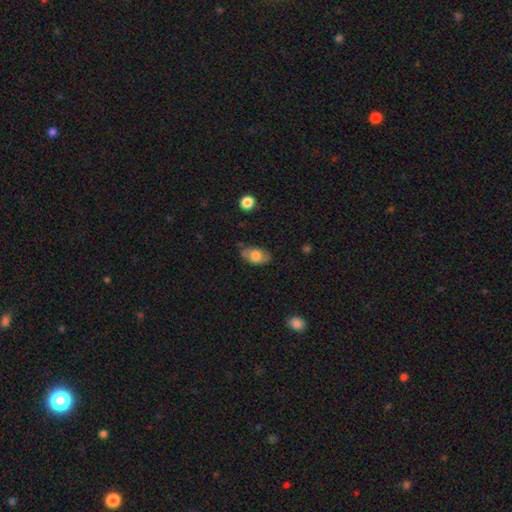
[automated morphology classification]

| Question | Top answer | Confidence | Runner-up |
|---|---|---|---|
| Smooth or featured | smooth | 64% | featured or disk (29%) |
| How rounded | in between | 90% | round (8%) |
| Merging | none | 73% | minor disturbance (21%) |